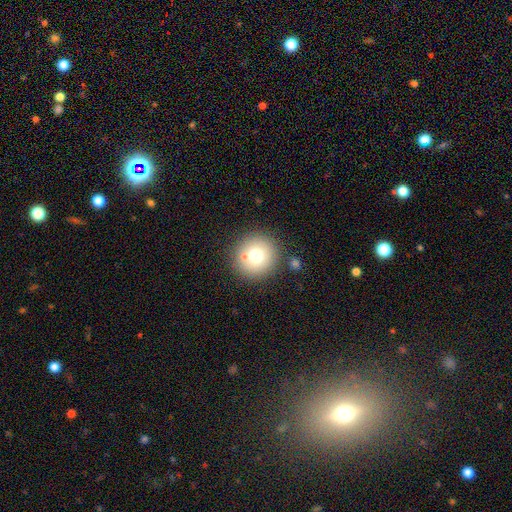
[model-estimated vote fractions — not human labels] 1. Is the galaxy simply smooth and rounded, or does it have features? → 71% smooth, 17% featured or disk, 13% star or artifact.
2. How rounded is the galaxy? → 93% round, 6% in between, 1% cigar-shaped.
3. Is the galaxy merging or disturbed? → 80% none, 9% merger, 8% minor disturbance, 3% major disturbance.